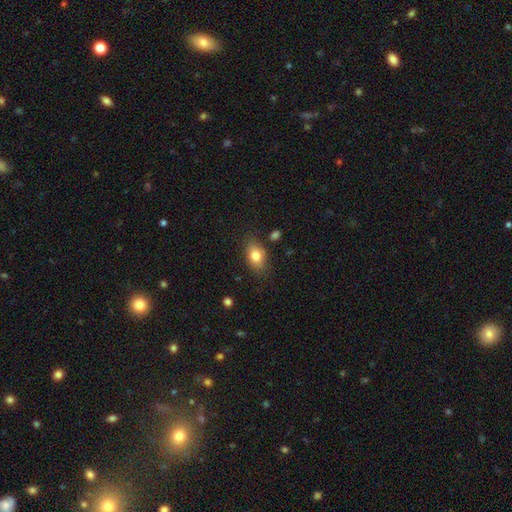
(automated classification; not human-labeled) Q: Smooth or featured?
A: smooth (81%); runner-up: featured or disk (11%)
Q: How rounded?
A: in between (83%); runner-up: round (15%)
Q: Merging?
A: none (79%); runner-up: minor disturbance (15%)